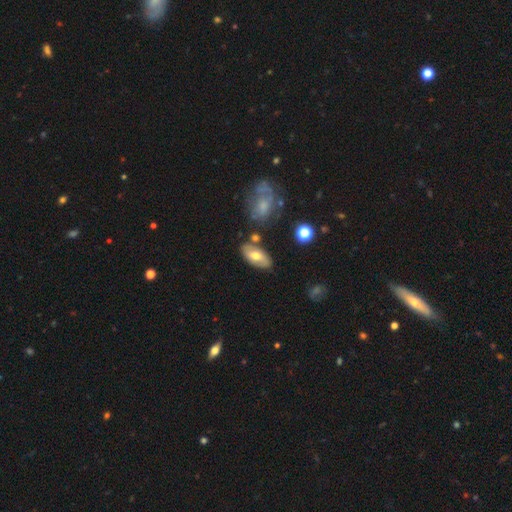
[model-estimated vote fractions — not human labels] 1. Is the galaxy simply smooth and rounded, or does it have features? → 54% smooth, 39% featured or disk, 7% star or artifact.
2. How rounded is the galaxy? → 91% in between, 5% cigar-shaped, 4% round.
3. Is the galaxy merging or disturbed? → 74% none, 15% minor disturbance, 7% merger, 4% major disturbance.